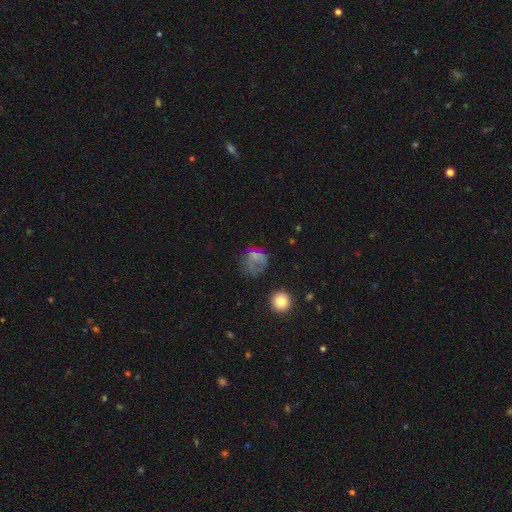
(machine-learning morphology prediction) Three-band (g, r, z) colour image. It shows a smooth galaxy with no disk features (61%) that is round (68%). Merging: none (44%).